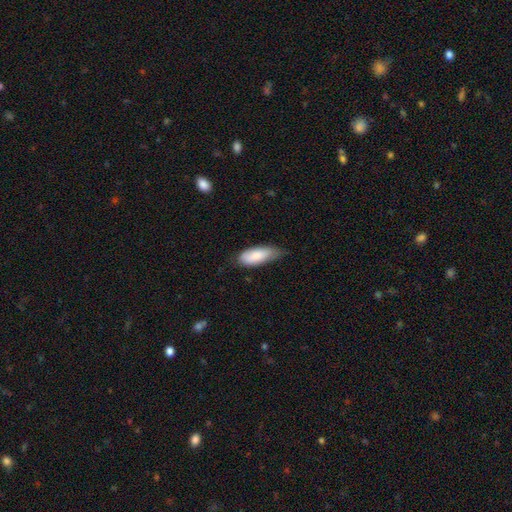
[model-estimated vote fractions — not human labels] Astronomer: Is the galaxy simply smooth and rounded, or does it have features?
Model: smooth — 83%.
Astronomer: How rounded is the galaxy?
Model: in between — 77%.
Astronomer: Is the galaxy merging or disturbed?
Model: none — 50% (runner-up: minor disturbance, 41%).